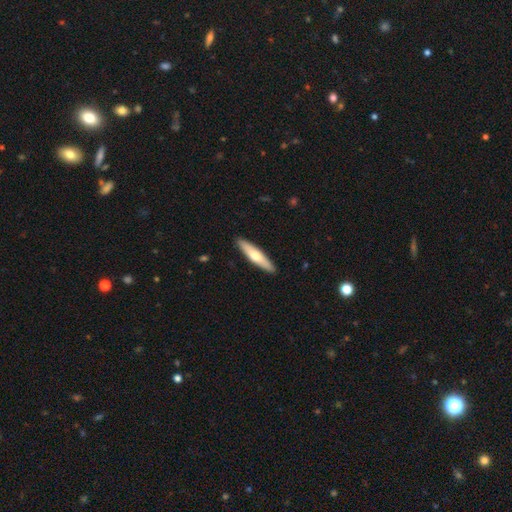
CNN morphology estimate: Overall: smooth (58%; featured or disk 38%). How rounded: cigar-shaped (80%). Merging: none (91%).